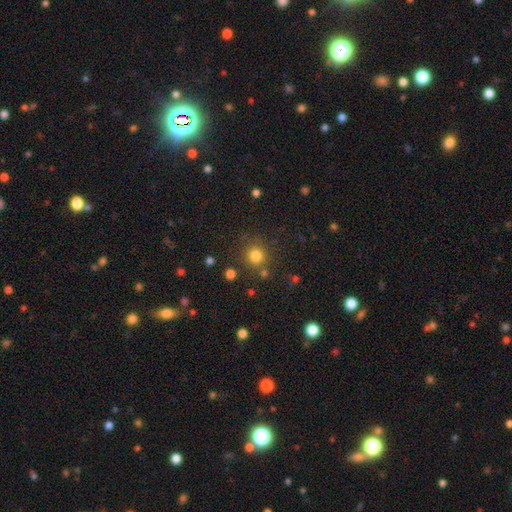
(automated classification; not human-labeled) Morphology: type=smooth (80%); roundness=round (91%); merging=none (80%).